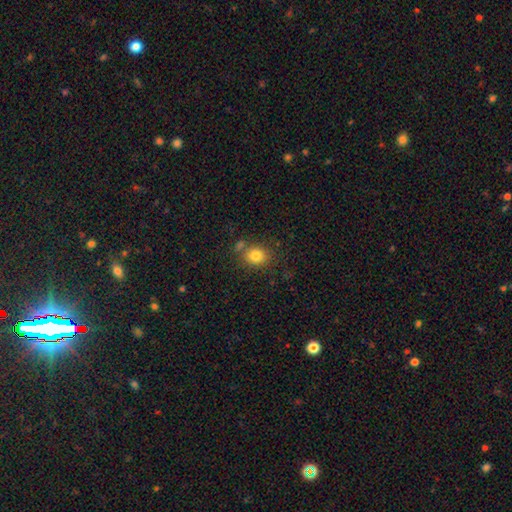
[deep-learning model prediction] This appears to be a smooth galaxy with no disk features (80%) that is round (64%). Merging: none (71%).